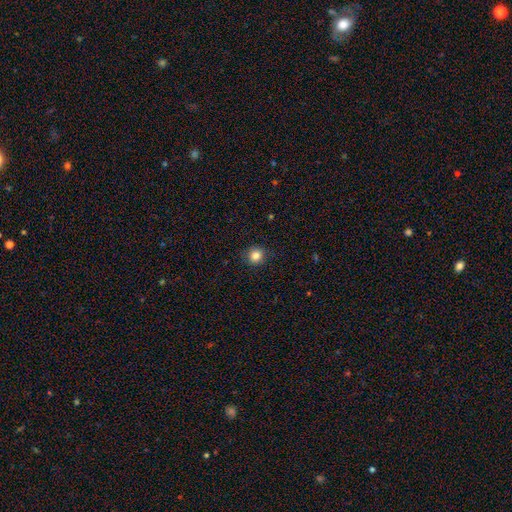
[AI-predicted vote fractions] This appears to be a smooth galaxy with no disk features (84%) that is round (89%). Merging: none (89%).